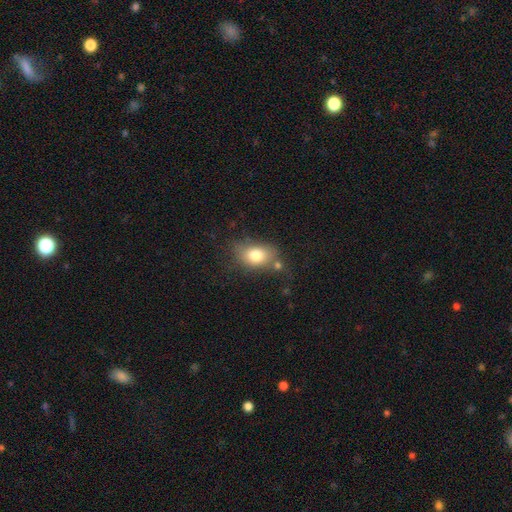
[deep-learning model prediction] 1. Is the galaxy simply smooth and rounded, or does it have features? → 77% smooth, 13% featured or disk, 10% star or artifact.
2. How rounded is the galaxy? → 76% in between, 22% round, 2% cigar-shaped.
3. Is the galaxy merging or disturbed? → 61% none, 21% minor disturbance, 10% merger, 8% major disturbance.